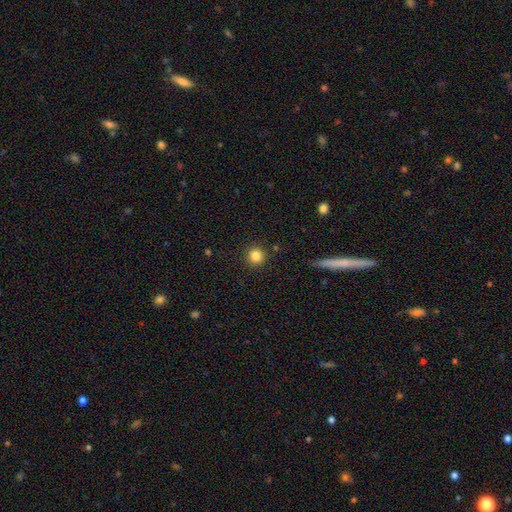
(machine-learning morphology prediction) A smooth galaxy with no disk features (84%) that is round (94%).

Vote fractions:
- Smooth or featured? smooth: 84% / star or artifact: 11% / featured or disk: 5%
- How rounded? round: 94% / in between: 5% / cigar-shaped: 1%
- Merging? none: 90% / minor disturbance: 6% / major disturbance: 2% / merger: 2%